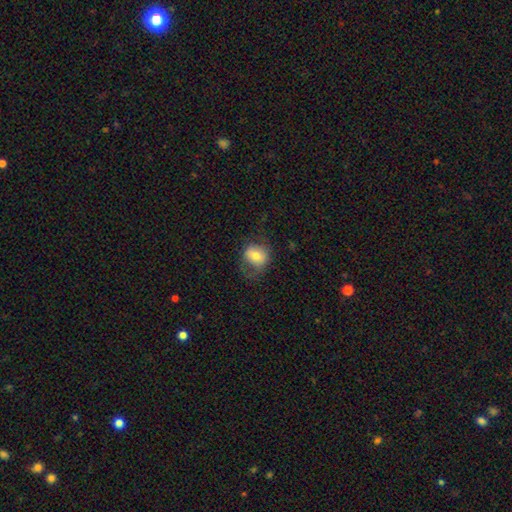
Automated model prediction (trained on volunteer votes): A smooth galaxy with no disk features (67%) that is round (59%).

Vote fractions:
- Smooth or featured? smooth: 67% / featured or disk: 24% / star or artifact: 8%
- How rounded? round: 59% / in between: 40% / cigar-shaped: 1%
- Merging? none: 61% / minor disturbance: 22% / major disturbance: 16% / merger: 1%